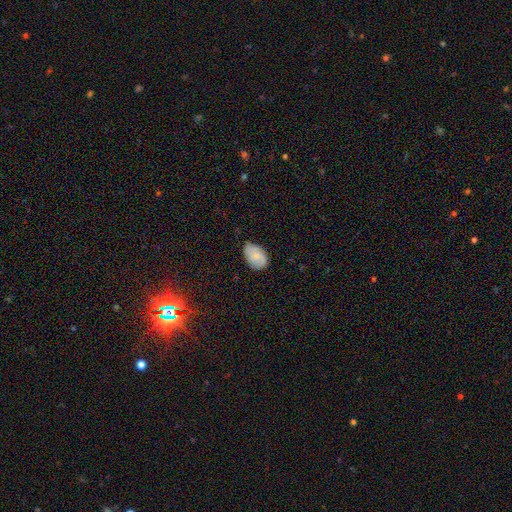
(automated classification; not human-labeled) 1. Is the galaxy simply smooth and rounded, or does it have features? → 79% smooth, 14% featured or disk, 7% star or artifact.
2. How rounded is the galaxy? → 88% in between, 11% round, 1% cigar-shaped.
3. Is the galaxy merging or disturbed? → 58% none, 35% minor disturbance, 6% major disturbance, 1% merger.